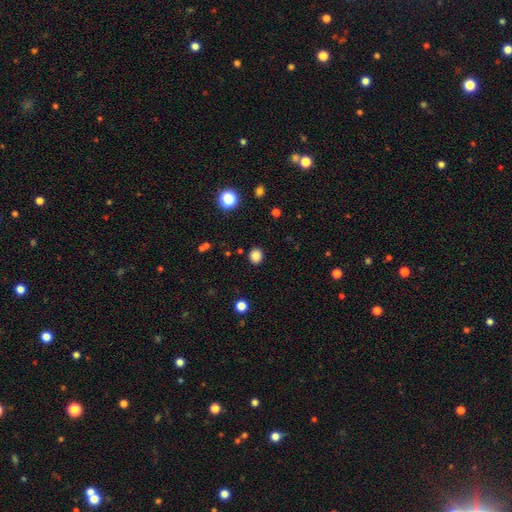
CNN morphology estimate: Smooth or featured: smooth — 84% (star or artifact — 12%)
How rounded: round — 75% (in between — 24%)
Merging: none — 90% (minor disturbance — 7%)